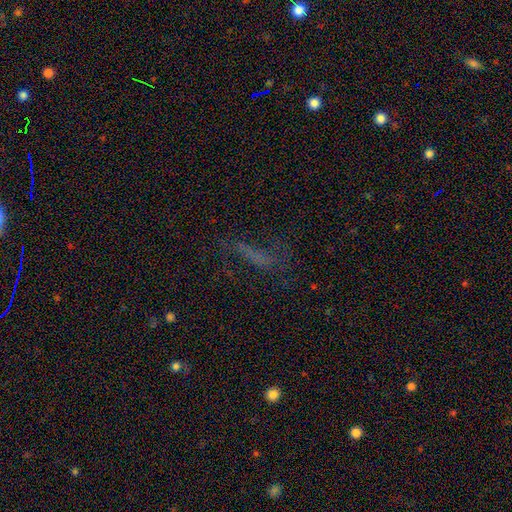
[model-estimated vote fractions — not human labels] Q: Smooth or featured?
A: smooth (42%); runner-up: featured or disk (32%)
Q: Merging?
A: none (49%); runner-up: major disturbance (27%)